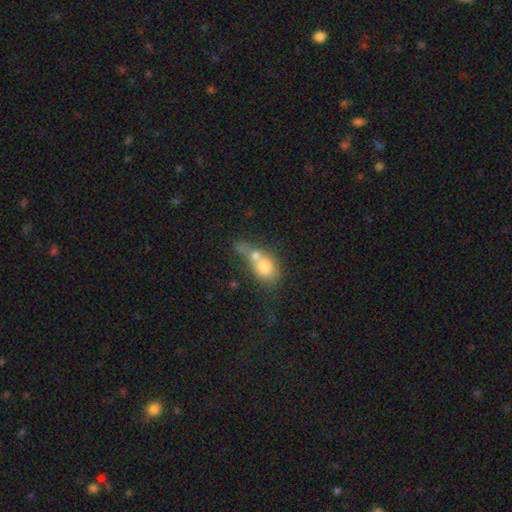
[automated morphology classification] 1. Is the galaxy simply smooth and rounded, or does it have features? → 66% smooth, 25% featured or disk, 9% star or artifact.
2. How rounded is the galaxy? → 55% in between, 38% round, 7% cigar-shaped.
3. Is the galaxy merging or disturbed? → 68% merger, 16% none, 8% major disturbance, 8% minor disturbance.